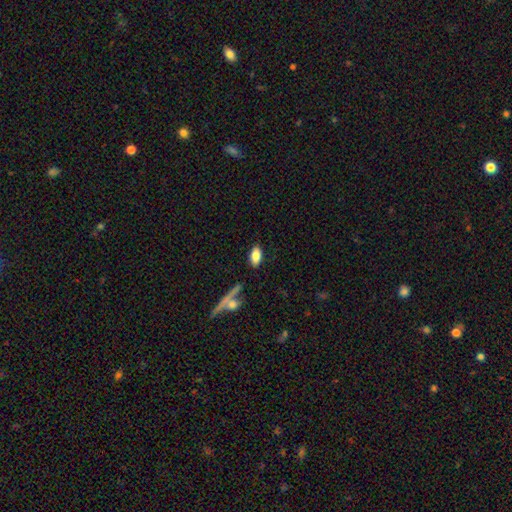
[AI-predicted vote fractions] smooth 82%, featured or disk 10%, star or artifact 7%. Down the decision tree: how rounded — in between (91%); merging — none (86%).